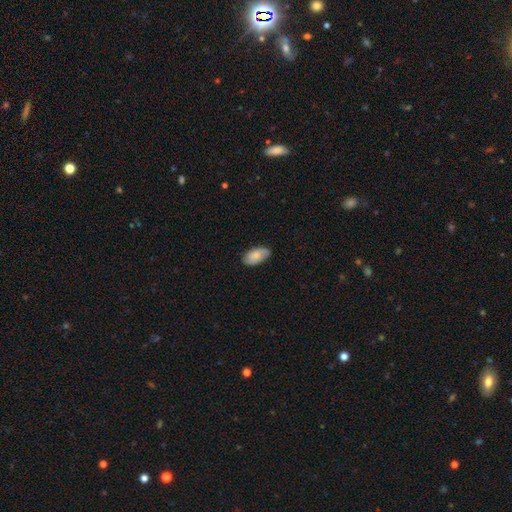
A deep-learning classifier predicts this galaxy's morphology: type=smooth (69%); roundness=in between (94%); merging=none (82%).